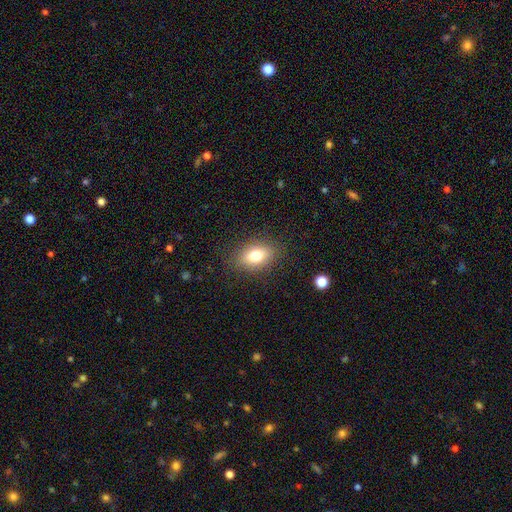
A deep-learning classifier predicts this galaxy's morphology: This appears to be a smooth galaxy with no disk features (77%) that is in between round and cigar-shaped (82%). Merging: none (85%).